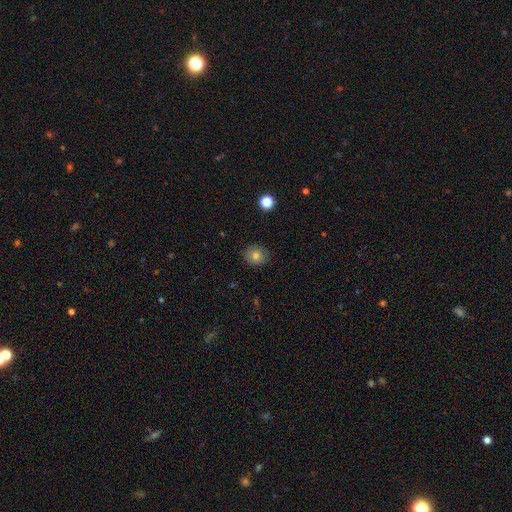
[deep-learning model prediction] The model was most divided on "how rounded": round: 79%, in between: 20%, cigar-shaped: 1%. More confident: merging — none (89%); smooth or featured — smooth (80%).